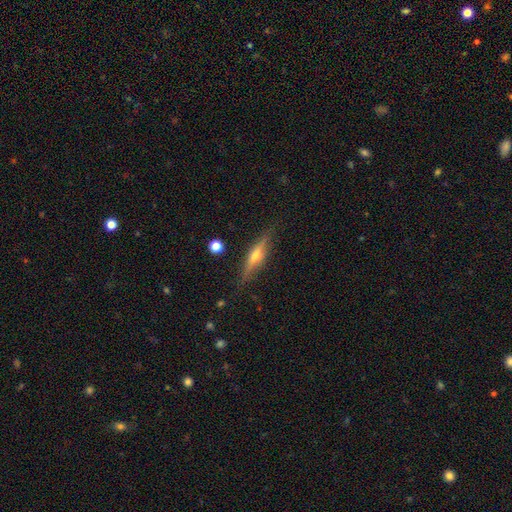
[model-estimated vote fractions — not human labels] This is likely a featured or disk galaxy (71%). It is clearly viewed edge-on (96%). Edge-on bulge: clearly rounded (90%). Merging: clearly none (86%).